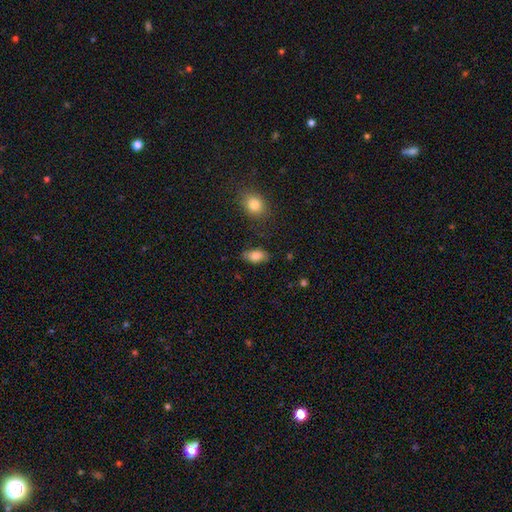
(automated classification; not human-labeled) Overall: smooth (80%). How rounded: in between (91%). Merging: none (80%).